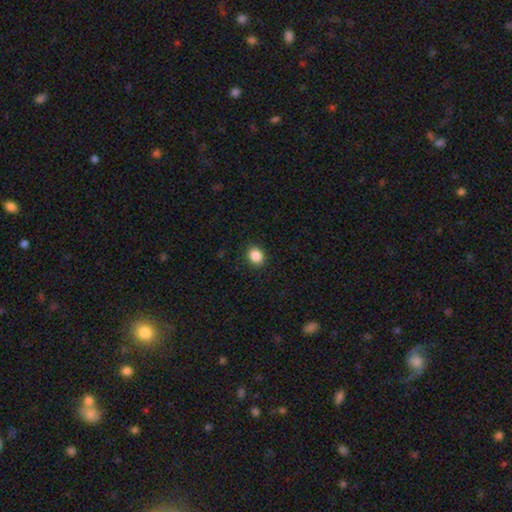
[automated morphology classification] A smooth galaxy with no disk features (87%) that is round (61%). Merging: none (90%).